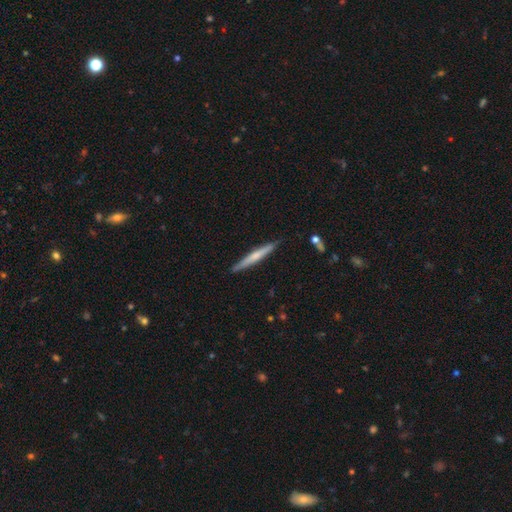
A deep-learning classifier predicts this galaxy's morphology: A smooth galaxy with no disk features (50%).

Vote fractions:
- Smooth or featured? smooth: 50% / featured or disk: 45% / star or artifact: 5%
- Merging? none: 88% / minor disturbance: 9% / major disturbance: 2% / merger: 1%